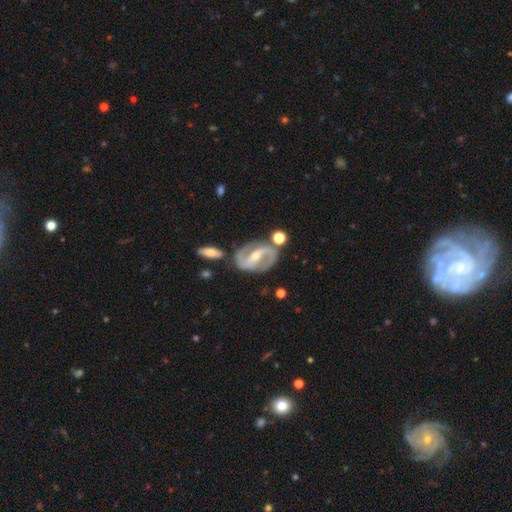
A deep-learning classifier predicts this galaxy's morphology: Smooth or featured: featured or disk — 87% (smooth — 8%)
Edge-on disk: no — 95% (yes — 5%)
Bar: strong — 59% (weak — 28%)
Spiral arms: yes — 94% (no — 6%)
Spiral winding: medium — 50% (tight — 28%)
Spiral arm count: 2 — 90% (can't tell — 4%)
Bulge size: small — 49% (moderate — 47%)
Merging: none — 74% (minor disturbance — 15%)